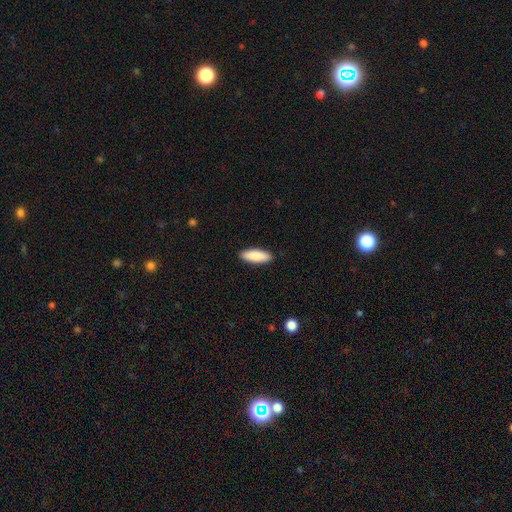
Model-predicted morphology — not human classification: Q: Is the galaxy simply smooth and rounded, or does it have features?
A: smooth — 89%.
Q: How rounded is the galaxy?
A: in between — 61%.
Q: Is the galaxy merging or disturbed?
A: none — 91%.